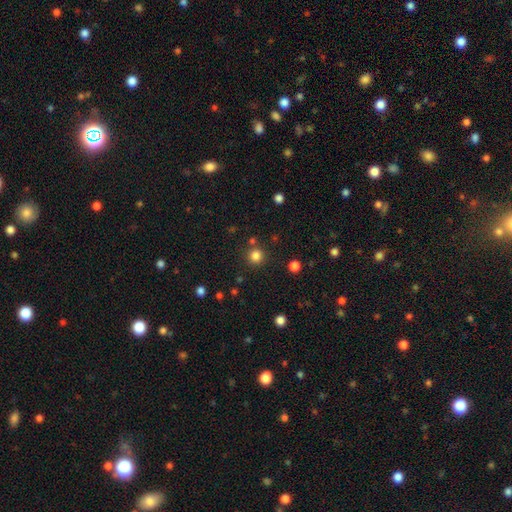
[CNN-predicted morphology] smooth_or_featured: smooth (p=0.82) [alt: star or artifact p=0.14]
how_rounded: round (p=0.94) [alt: in between p=0.05]
merging: none (p=0.84) [alt: minor disturbance p=0.07]